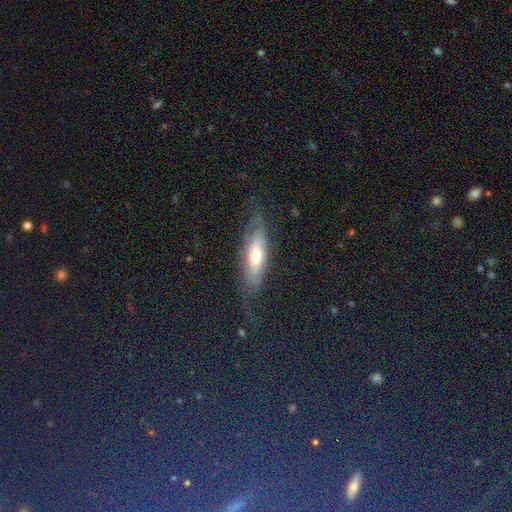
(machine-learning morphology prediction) Overall: featured or disk (47%; smooth 46%). Merging: none (62%).